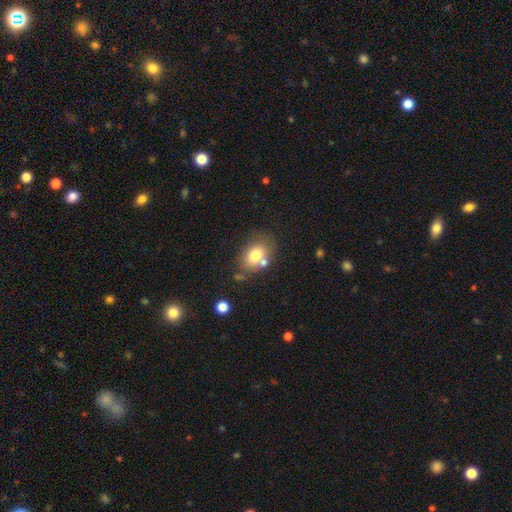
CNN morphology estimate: smooth 74%, featured or disk 17%, star or artifact 10%. Down the decision tree: how rounded — in between (75%); merging — none (58%).